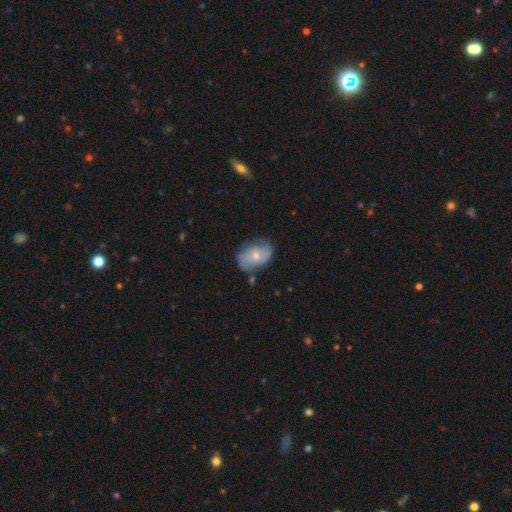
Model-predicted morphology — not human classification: Smooth or featured? Predicted: smooth (p=0.52). How rounded? Predicted: in between (p=0.82). Merging? Predicted: none (p=0.56).